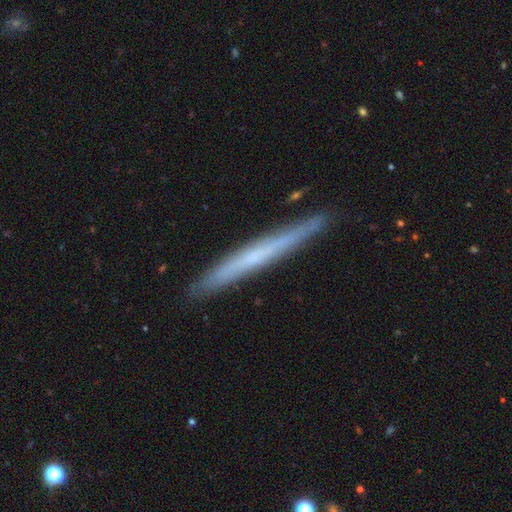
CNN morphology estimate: Smooth or featured: featured or disk — 54% (smooth — 40%)
Edge-on disk: yes — 95% (no — 5%)
Edge-on bulge: none — 80% (rounded — 15%)
Merging: none — 89% (minor disturbance — 8%)